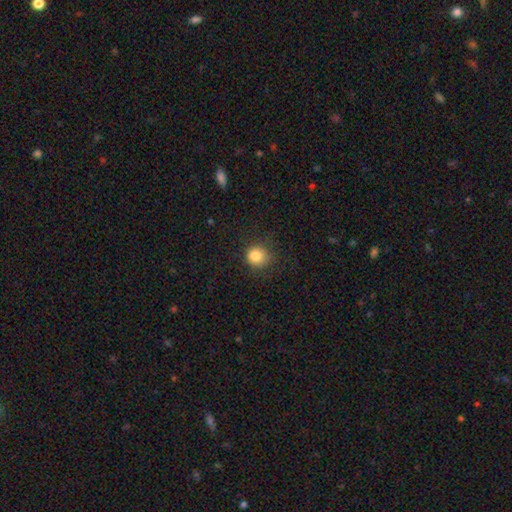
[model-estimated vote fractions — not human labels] Smooth or featured? smooth (83%)
How rounded? round (89%)
Merging? none (81%)